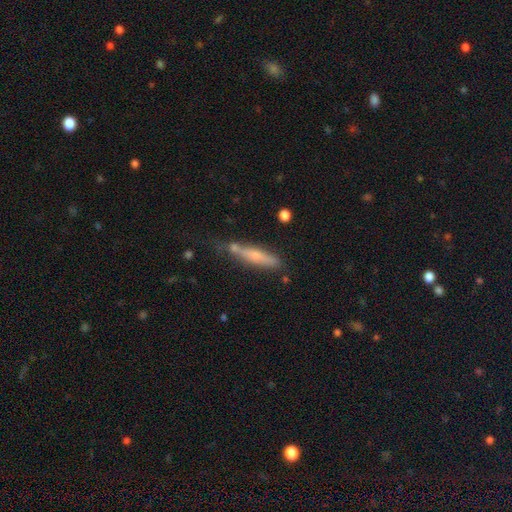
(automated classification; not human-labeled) Morphology: type=smooth (57%); roundness=cigar-shaped (89%); merging=none (63%).